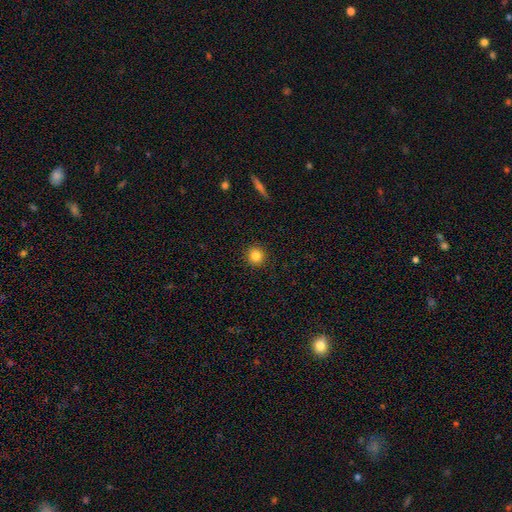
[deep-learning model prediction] Smooth or featured? Predicted: smooth (p=0.83). How rounded? Predicted: round (p=0.94). Merging? Predicted: none (p=0.92).